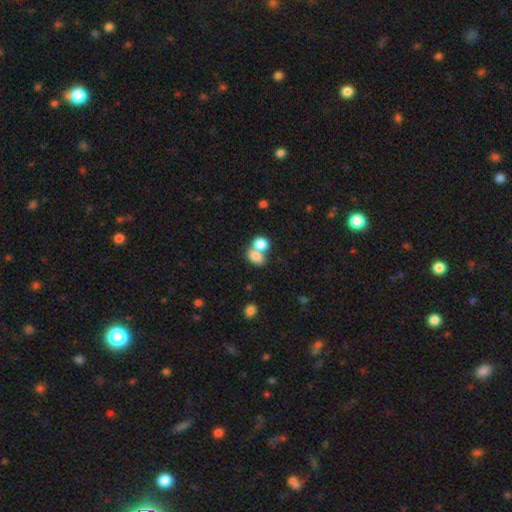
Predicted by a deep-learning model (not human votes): Q: Smooth or featured?
A: smooth (79%); runner-up: featured or disk (12%)
Q: How rounded?
A: in between (65%); runner-up: round (33%)
Q: Merging?
A: merger (62%); runner-up: none (27%)